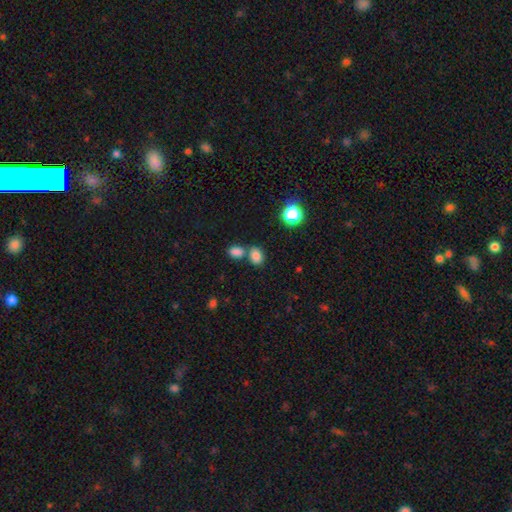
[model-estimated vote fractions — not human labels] Morphology: type=smooth (79%); roundness=in between (72%); merging=none (52%).